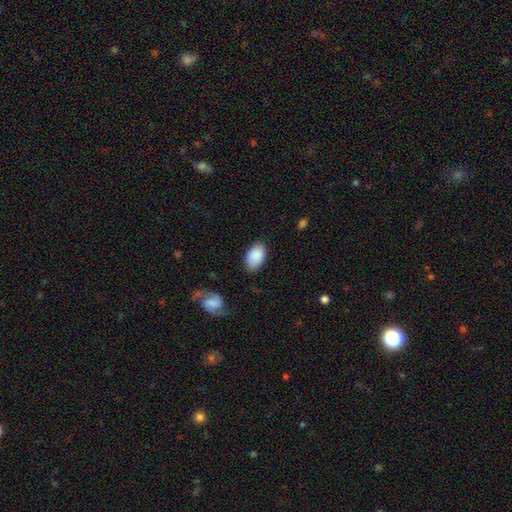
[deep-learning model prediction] This is clearly a smooth galaxy (87%). How rounded: clearly in between (91%). Merging: likely none (75%).